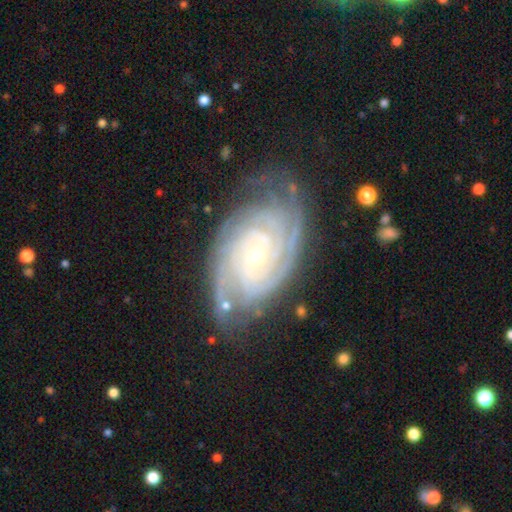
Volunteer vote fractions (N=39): A featured or disk galaxy (90%) with no bar (62%), 3 (38%) tight (91%) spiral arms (100%) and a small central bulge (82%).

Vote fractions:
- Smooth or featured? featured or disk: 90% / smooth: 5% / star or artifact: 5%
- Edge-on disk? no: 97% / yes: 3%
- Bar? no: 62% / weak: 38% / strong: 0%
- Spiral arms? yes: 100% / no: 0%
- Spiral winding? tight: 91% / medium: 9% / loose: 0%
- Spiral arm count? 3: 38% / 4: 26% / can't tell: 24% / 2: 9% / more than 4: 3% / 1: 0%
- Bulge size? small: 82% / moderate: 18% / dominant: 0% / large: 0% / none: 0%
- Merging? none: 78% / minor disturbance: 16% / major disturbance: 5% / merger: 0%